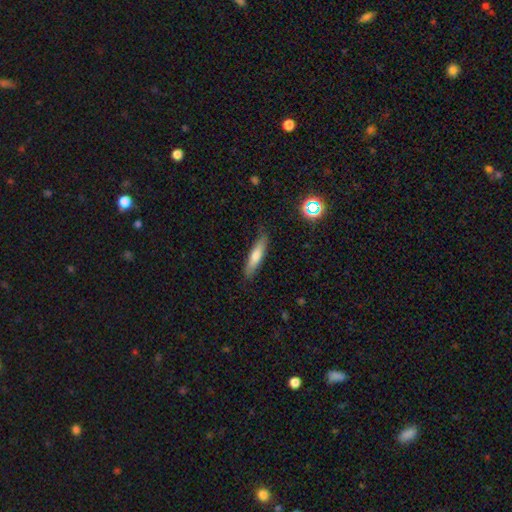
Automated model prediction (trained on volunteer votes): A smooth galaxy with no disk features (65%) that is cigar-shaped (82%). Merging: none (83%).